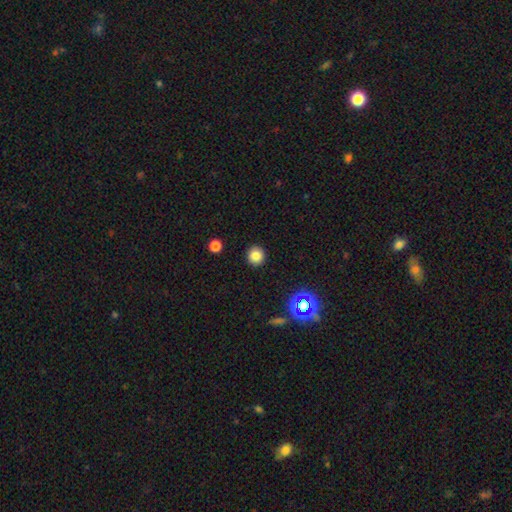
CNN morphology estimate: Overall: smooth (81%). How rounded: round (92%). Merging: none (92%).